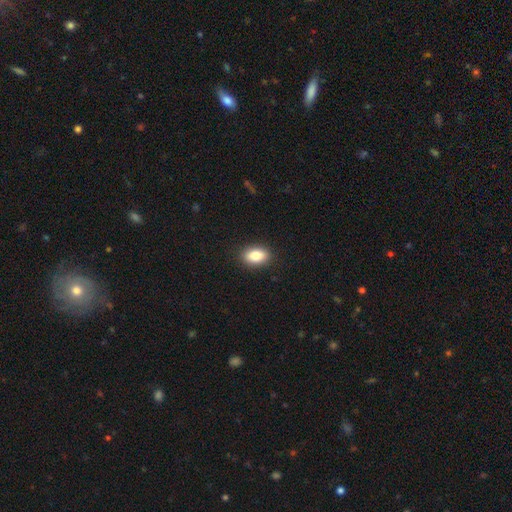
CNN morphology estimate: Overall: smooth (85%). How rounded: in between (87%). Merging: none (89%).